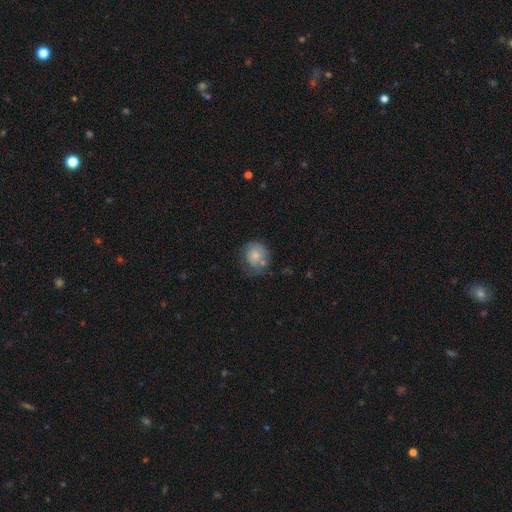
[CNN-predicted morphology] Smooth or featured: smooth — 70% (featured or disk — 22%)
How rounded: round — 80% (in between — 19%)
Merging: none — 49% (minor disturbance — 27%)